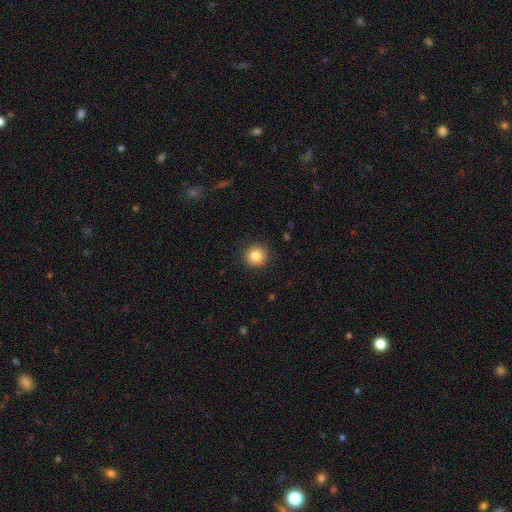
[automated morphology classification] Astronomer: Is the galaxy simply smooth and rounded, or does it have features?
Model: smooth — 84%.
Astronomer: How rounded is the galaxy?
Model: round — 93%.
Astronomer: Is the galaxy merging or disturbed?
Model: none — 90%.